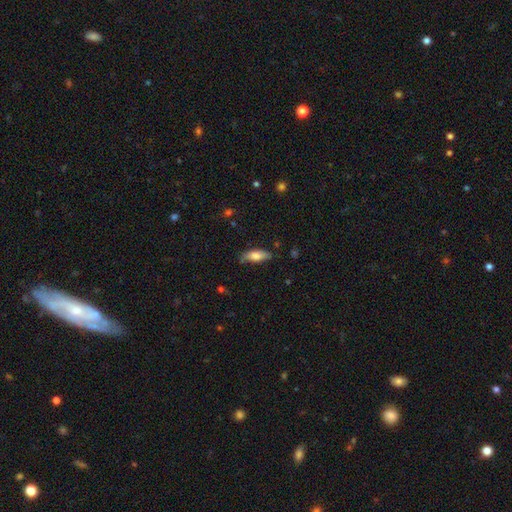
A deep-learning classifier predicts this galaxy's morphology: type=smooth (74%); roundness=in between (62%); merging=none (73%).